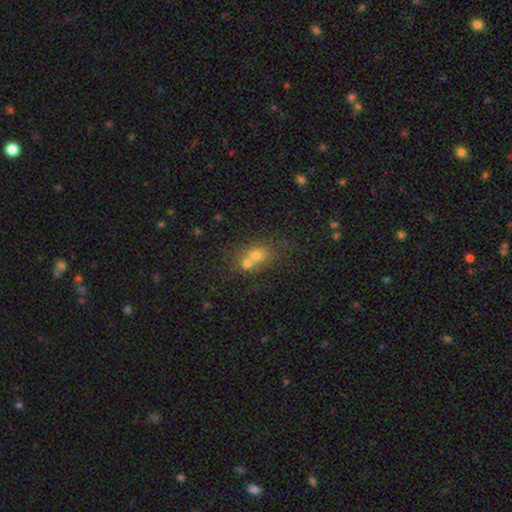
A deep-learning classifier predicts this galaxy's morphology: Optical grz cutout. It shows a smooth galaxy with no disk features (64%) that is round (60%). Merging: merger (57%).